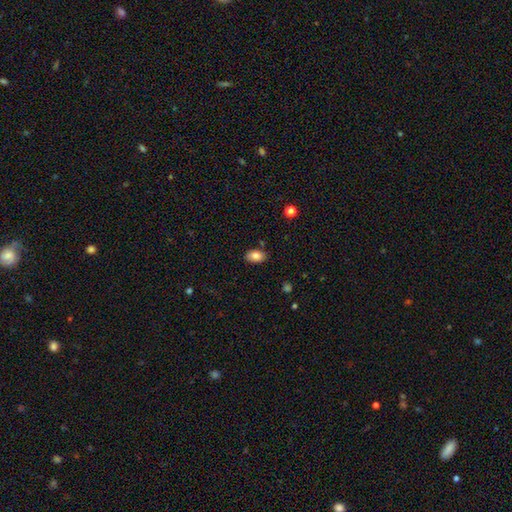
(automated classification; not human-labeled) A smooth galaxy with no disk features (83%) that is in between round and cigar-shaped (89%).

Vote fractions:
- Smooth or featured? smooth: 83% / featured or disk: 9% / star or artifact: 8%
- How rounded? in between: 89% / round: 9% / cigar-shaped: 1%
- Merging? none: 83% / minor disturbance: 11% / merger: 3% / major disturbance: 2%